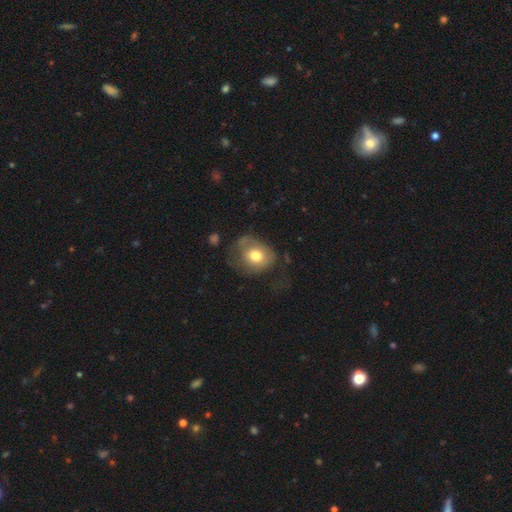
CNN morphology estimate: Smooth or featured? Predicted: smooth (p=0.68). How rounded? Predicted: round (p=0.58). Merging? Predicted: none (p=0.35).